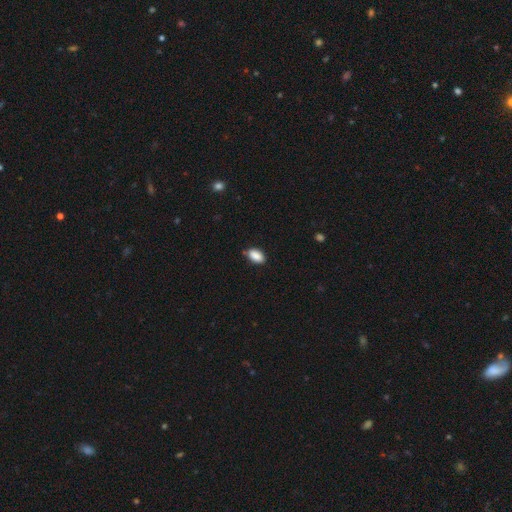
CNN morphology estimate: smooth 89%, star or artifact 7%, featured or disk 4%. Down the decision tree: how rounded — in between (92%); merging — none (79%).